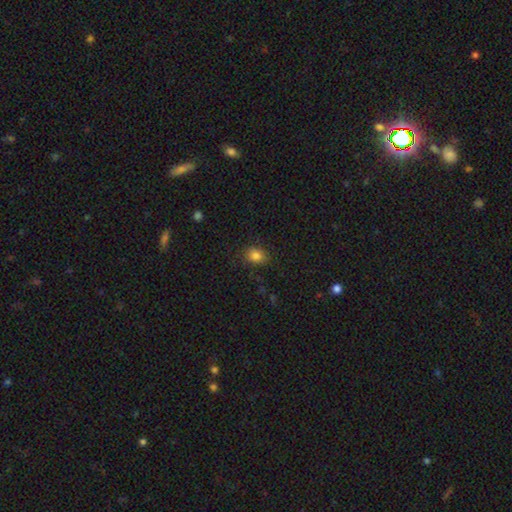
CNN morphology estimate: Smooth or featured: smooth — 83% (star or artifact — 12%)
How rounded: in between — 54% (round — 45%)
Merging: none — 81% (minor disturbance — 14%)